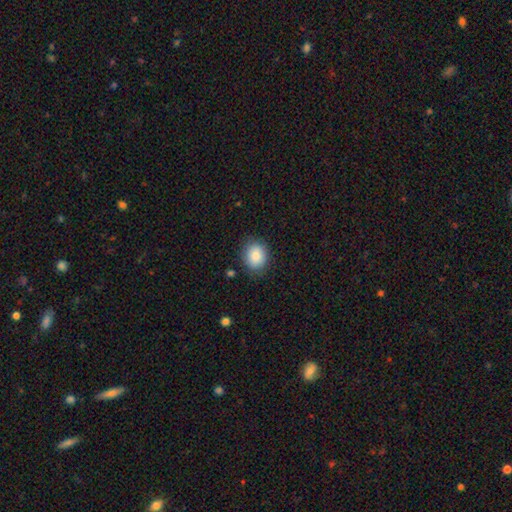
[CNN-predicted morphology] Smooth or featured: smooth — 86% (star or artifact — 8%)
How rounded: round — 57% (in between — 42%)
Merging: none — 84% (minor disturbance — 12%)